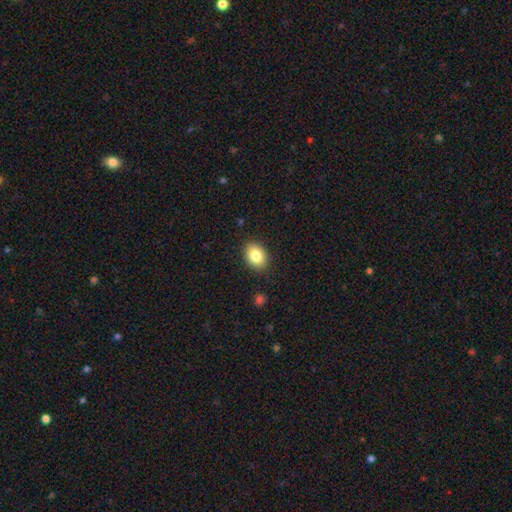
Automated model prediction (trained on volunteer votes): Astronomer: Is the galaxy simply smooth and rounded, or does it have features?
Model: smooth — 83%.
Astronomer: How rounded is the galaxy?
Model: in between — 74%.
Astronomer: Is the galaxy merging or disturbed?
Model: none — 88%.